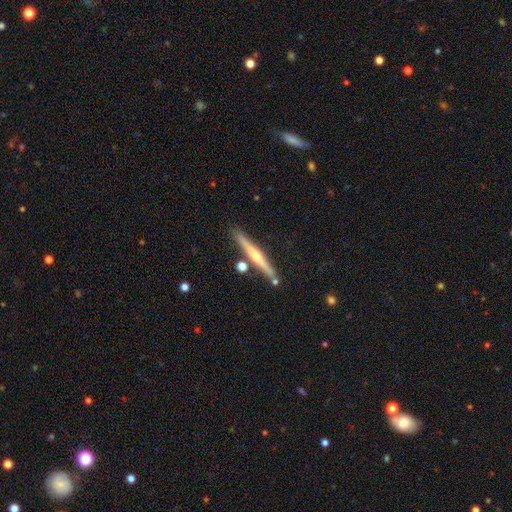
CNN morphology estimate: smooth_or_featured: featured or disk (p=0.68) [alt: smooth p=0.26]
disk_edge_on: yes (p=0.97) [alt: no p=0.03]
edge_on_bulge: rounded (p=0.86) [alt: none p=0.10]
merging: none (p=0.84) [alt: minor disturbance p=0.09]